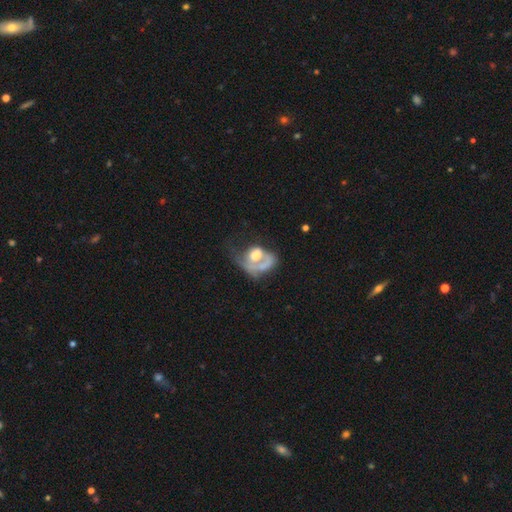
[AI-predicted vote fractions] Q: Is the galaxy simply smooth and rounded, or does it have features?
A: featured or disk — 54%.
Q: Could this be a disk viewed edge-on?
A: no — 96%.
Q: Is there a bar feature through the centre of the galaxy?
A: no — 83%.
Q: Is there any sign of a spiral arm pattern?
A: no — 58%.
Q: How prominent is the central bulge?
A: moderate — 46%.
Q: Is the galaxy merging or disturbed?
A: major disturbance — 51%.